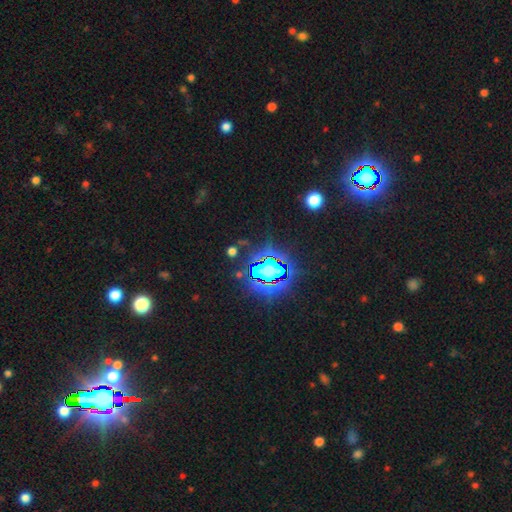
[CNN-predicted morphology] smooth_or_featured: star or artifact (p=0.81) [alt: smooth p=0.11]